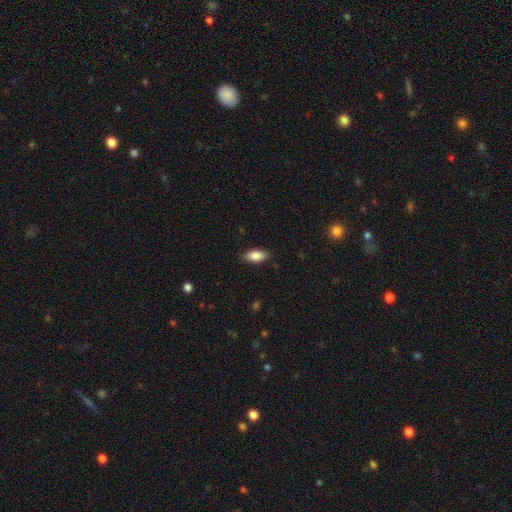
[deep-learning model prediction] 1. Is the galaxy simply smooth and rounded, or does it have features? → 84% smooth, 9% featured or disk, 7% star or artifact.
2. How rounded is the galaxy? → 89% in between, 8% cigar-shaped, 3% round.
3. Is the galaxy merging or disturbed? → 83% none, 13% minor disturbance, 3% major disturbance, 1% merger.